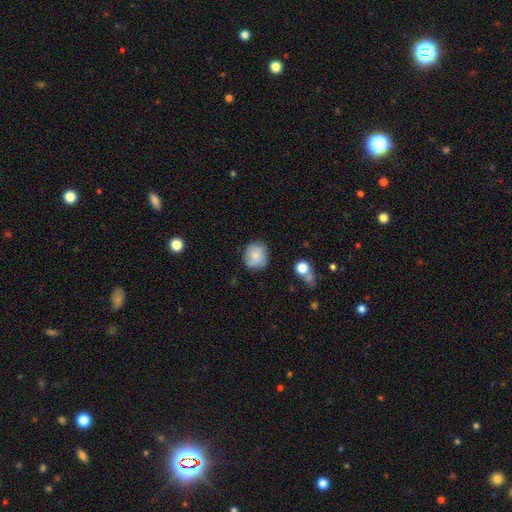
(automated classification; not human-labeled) Smooth or featured?
  - smooth: 70% *
  - featured or disk: 22%
  - star or artifact: 8%
How rounded?
  - round: 82% *
  - in between: 17%
  - cigar-shaped: 1%
Merging?
  - none: 73% *
  - minor disturbance: 20%
  - major disturbance: 5%
  - merger: 2%